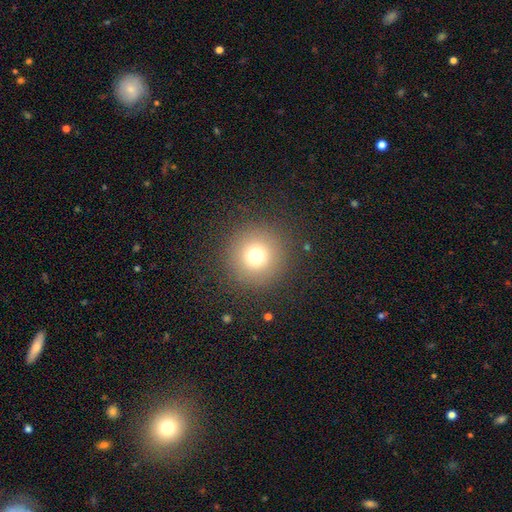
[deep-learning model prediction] A smooth galaxy with no disk features (72%) that is round (96%).

Vote fractions:
- Smooth or featured? smooth: 72% / star or artifact: 18% / featured or disk: 10%
- How rounded? round: 96% / in between: 3% / cigar-shaped: 1%
- Merging? none: 89% / minor disturbance: 6% / major disturbance: 4% / merger: 1%